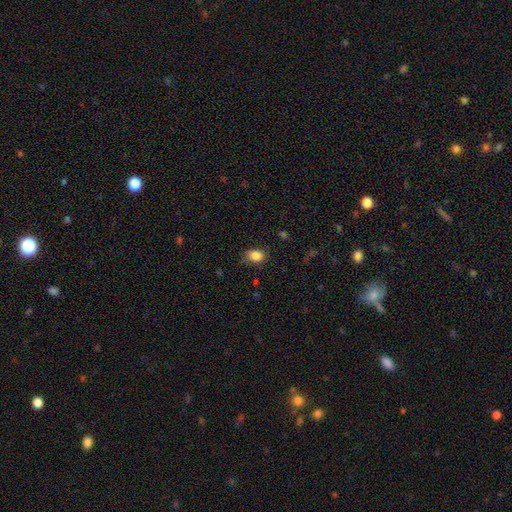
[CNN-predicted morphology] Smooth or featured: smooth — 85% (star or artifact — 10%)
How rounded: in between — 67% (round — 32%)
Merging: none — 75% (minor disturbance — 19%)